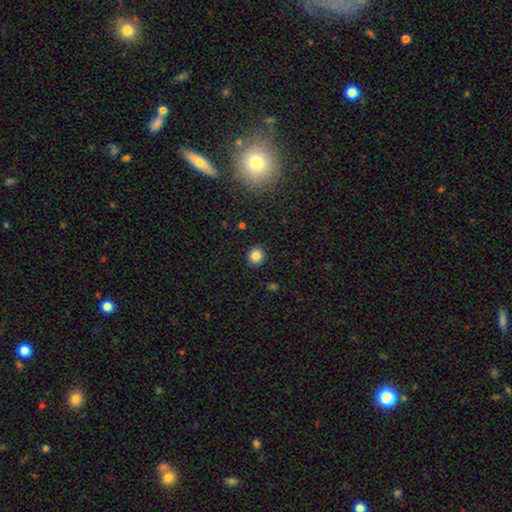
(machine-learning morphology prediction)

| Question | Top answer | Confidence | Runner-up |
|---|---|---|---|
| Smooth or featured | smooth | 84% | star or artifact (11%) |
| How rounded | round | 90% | in between (9%) |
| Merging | none | 91% | minor disturbance (6%) |